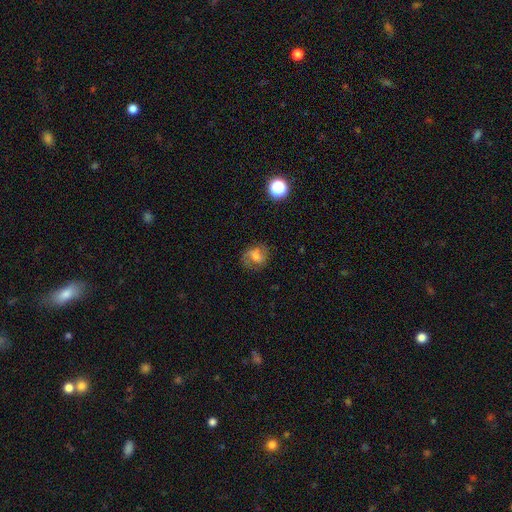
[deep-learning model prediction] Q: Smooth or featured?
A: smooth (44%); runner-up: featured or disk (43%)
Q: Merging?
A: none (68%); runner-up: minor disturbance (20%)